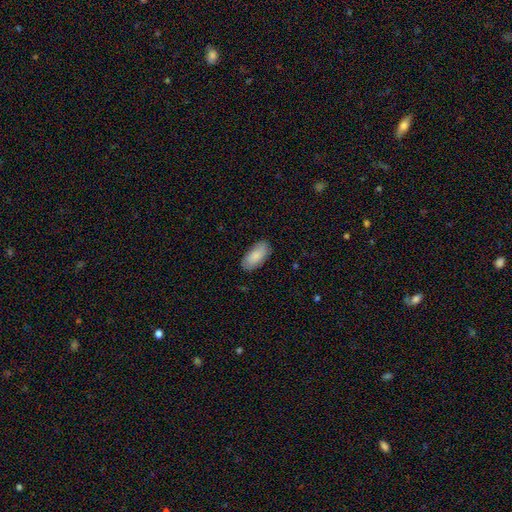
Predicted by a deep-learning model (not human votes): Smooth or featured? smooth (85%)
How rounded? in between (92%)
Merging? none (85%)